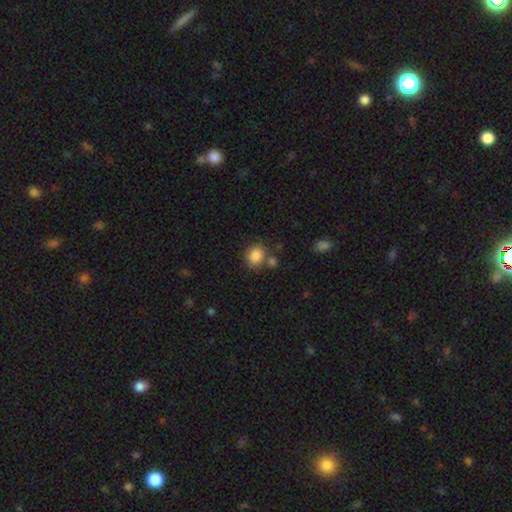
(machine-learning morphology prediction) A smooth galaxy with no disk features (86%) that is round (75%). Merging: none (70%).